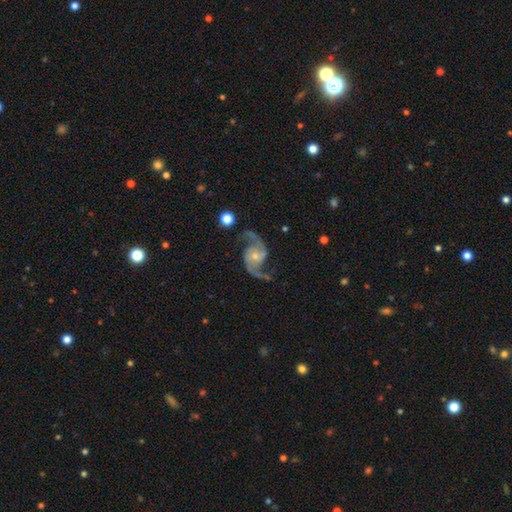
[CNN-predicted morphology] Smooth or featured? Predicted: featured or disk (p=0.93). Edge-on disk? Predicted: no (p=0.98). Bar? Predicted: no (p=0.64). Spiral arms? Predicted: yes (p=0.98). Spiral winding? Predicted: loose (p=0.52). Spiral arm count? Predicted: 2 (p=0.94). Bulge size? Predicted: small (p=0.59). Merging? Predicted: none (p=0.78).